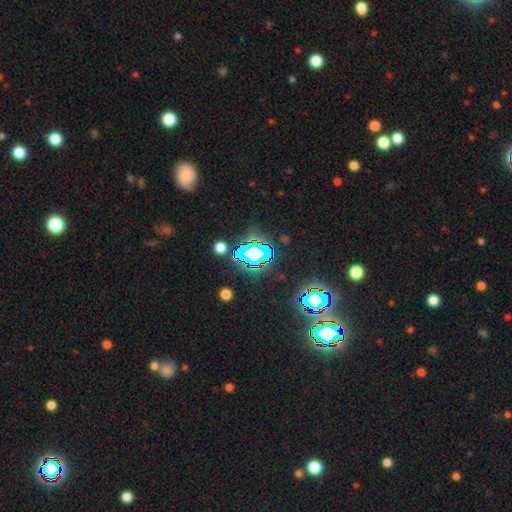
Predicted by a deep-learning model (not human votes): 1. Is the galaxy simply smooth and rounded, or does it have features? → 67% star or artifact, 20% smooth, 13% featured or disk.